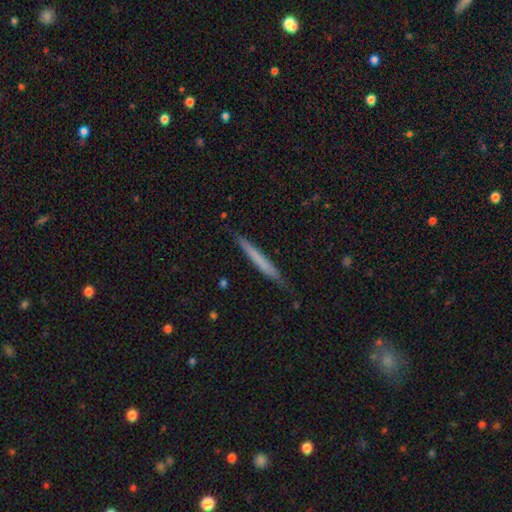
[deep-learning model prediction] A smooth galaxy with no disk features (57%) that is cigar-shaped (97%). Merging: none (86%).